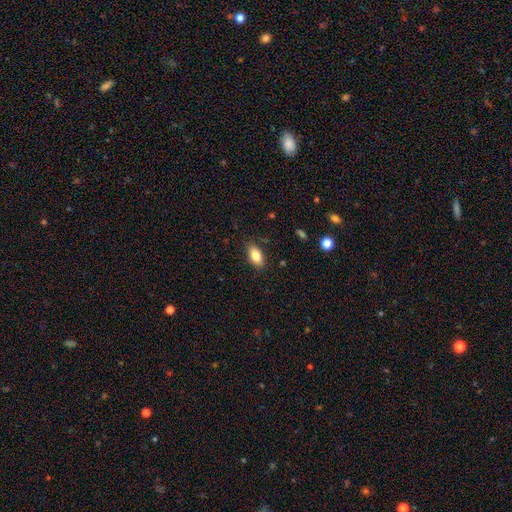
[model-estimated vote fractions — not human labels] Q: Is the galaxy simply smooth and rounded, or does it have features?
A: smooth — 83%.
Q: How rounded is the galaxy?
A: in between — 91%.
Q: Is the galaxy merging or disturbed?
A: none — 86%.